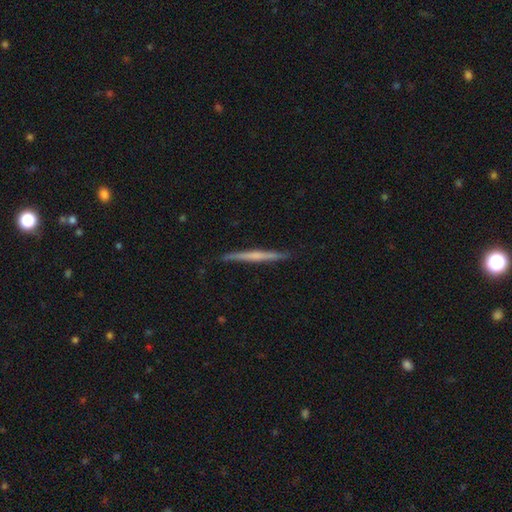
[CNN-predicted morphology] featured or disk 59%, smooth 35%, star or artifact 6%. Down the decision tree: edge-on disk — yes (98%); edge-on bulge — none (62%); merging — none (89%).